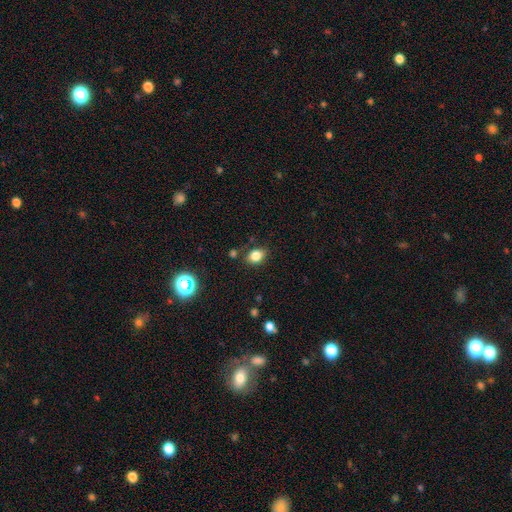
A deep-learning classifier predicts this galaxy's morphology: type=smooth (80%); roundness=in between (64%); merging=none (79%).